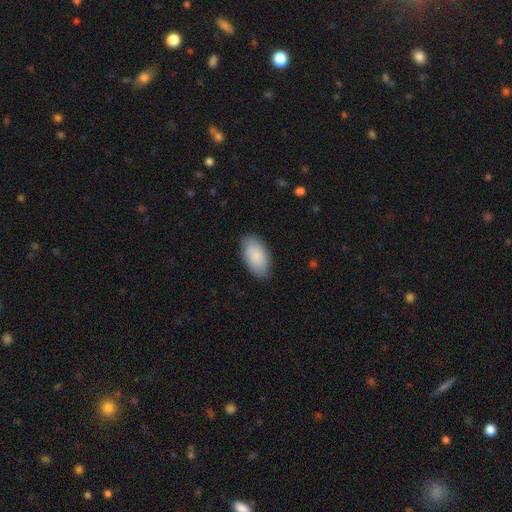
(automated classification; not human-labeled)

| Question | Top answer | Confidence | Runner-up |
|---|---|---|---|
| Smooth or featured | smooth | 87% | featured or disk (8%) |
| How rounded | in between | 95% | round (3%) |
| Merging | none | 85% | minor disturbance (11%) |